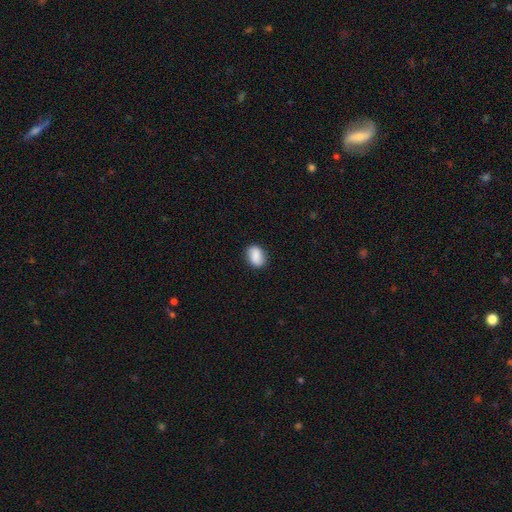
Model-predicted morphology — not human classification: This is clearly a smooth galaxy (85%). How rounded: likely in between (76%). Merging: clearly none (83%).